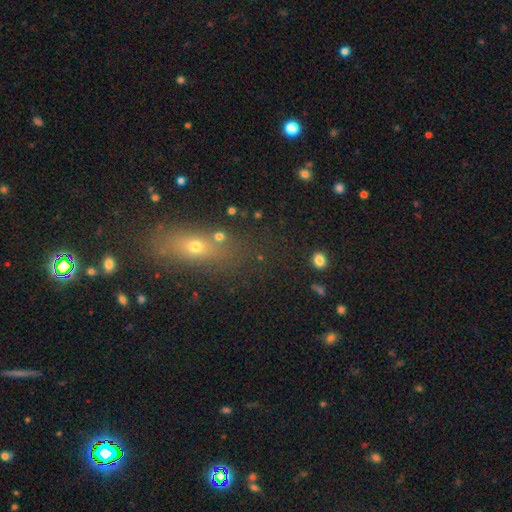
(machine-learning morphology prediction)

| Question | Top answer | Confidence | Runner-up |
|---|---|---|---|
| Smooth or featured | smooth | 49% | star or artifact (31%) |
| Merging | none | 71% | minor disturbance (14%) |